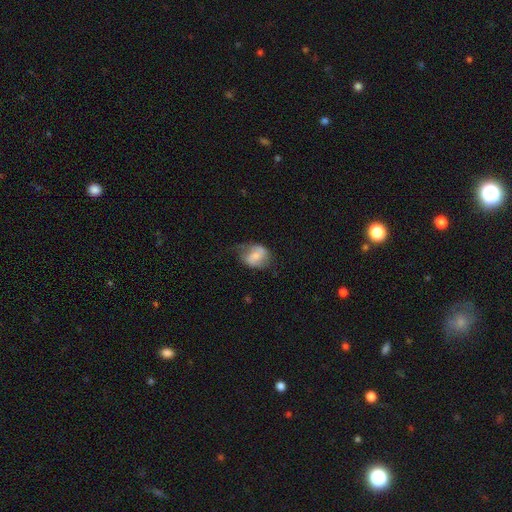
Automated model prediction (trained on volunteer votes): smooth_or_featured: smooth (p=0.50) [alt: featured or disk p=0.42]
how_rounded: in between (p=0.60) [alt: round p=0.39]
merging: none (p=0.45) [alt: minor disturbance p=0.32]